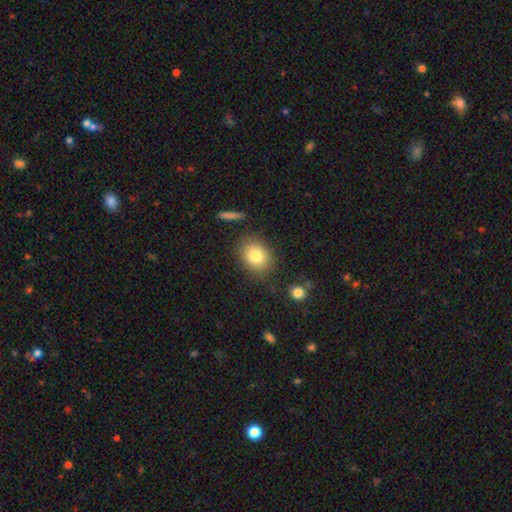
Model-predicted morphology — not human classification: This is clearly a smooth galaxy (81%). How rounded: possibly round (51%). Merging: clearly none (82%).